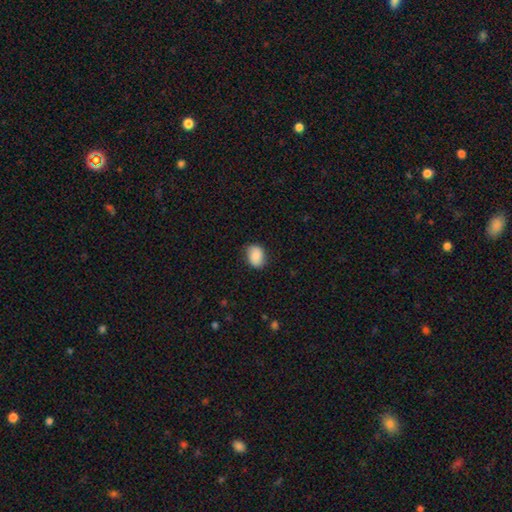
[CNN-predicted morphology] smooth_or_featured: smooth (p=0.86) [alt: star or artifact p=0.07]
how_rounded: in between (p=0.70) [alt: round p=0.29]
merging: none (p=0.78) [alt: minor disturbance p=0.17]